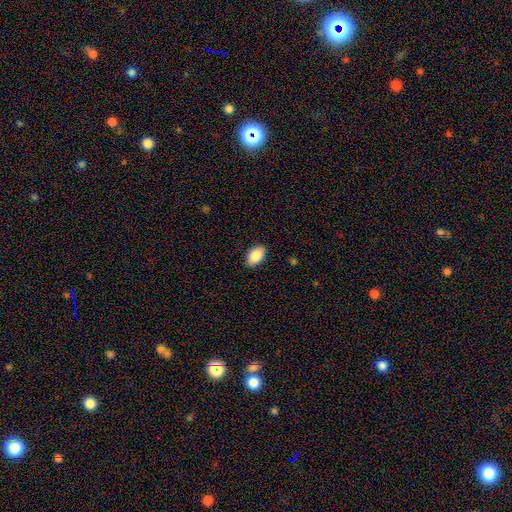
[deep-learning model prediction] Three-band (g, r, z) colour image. It shows a smooth galaxy with no disk features (88%) that is in between round and cigar-shaped (89%). Merging: none (88%).